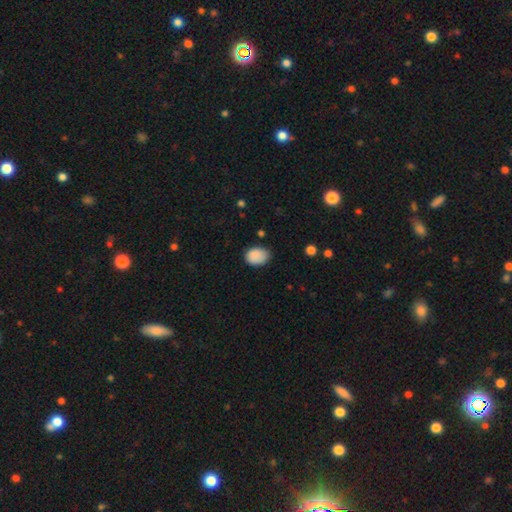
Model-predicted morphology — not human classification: type=smooth (87%); roundness=in between (68%); merging=none (67%).